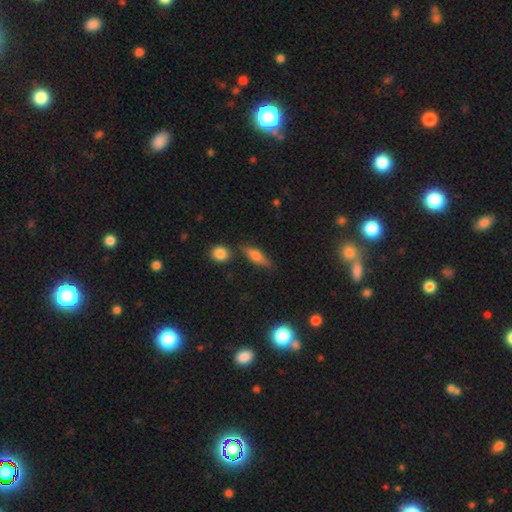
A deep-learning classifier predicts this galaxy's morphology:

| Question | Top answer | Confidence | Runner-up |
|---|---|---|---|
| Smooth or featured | smooth | 47% | featured or disk (44%) |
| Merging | none | 78% | minor disturbance (13%) |